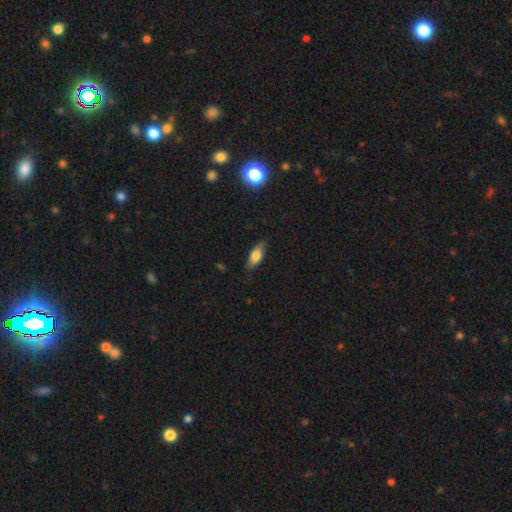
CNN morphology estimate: Overall: smooth (71%). How rounded: in between (75%). Merging: none (80%).